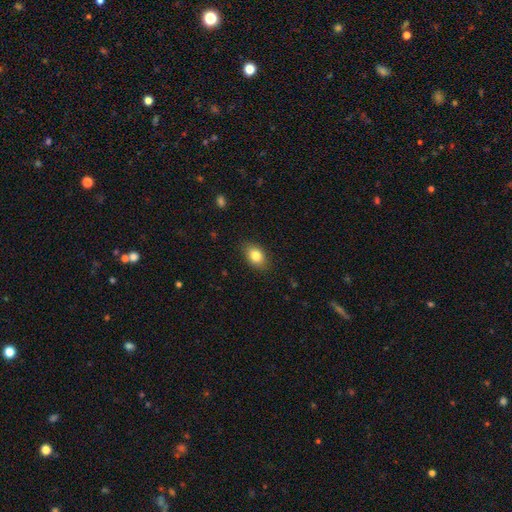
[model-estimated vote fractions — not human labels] This appears to be a smooth galaxy with no disk features (83%) that is in between round and cigar-shaped (77%). Merging: none (86%).